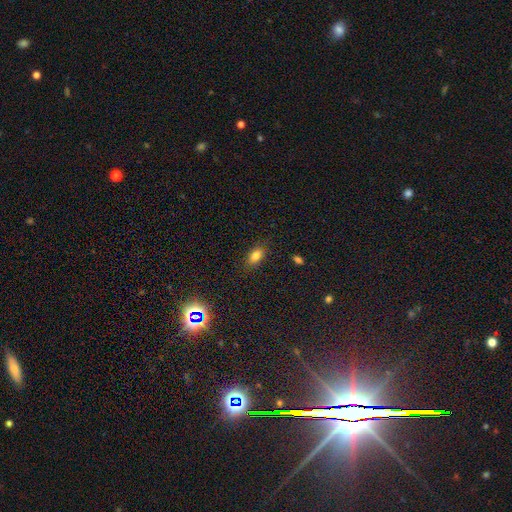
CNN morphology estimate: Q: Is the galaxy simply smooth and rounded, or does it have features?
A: smooth — 79%.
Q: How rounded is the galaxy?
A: in between — 83%.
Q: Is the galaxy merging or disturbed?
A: none — 84%.